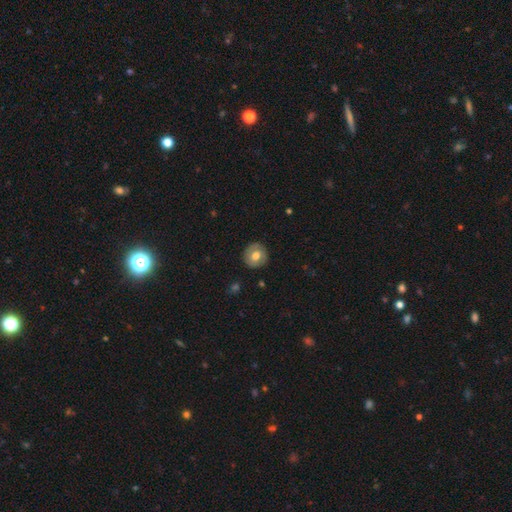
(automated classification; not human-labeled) Overall: smooth (61%; featured or disk 32%). How rounded: round (90%). Merging: none (86%).